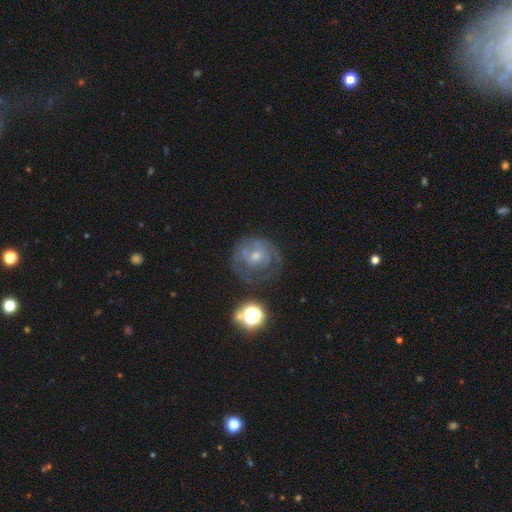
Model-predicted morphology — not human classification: Smooth or featured? featured or disk (65%)
Edge-on disk? no (97%)
Bar? no (66%)
Spiral arms? yes (74%)
Bulge size? small (60%)
Merging? none (62%)